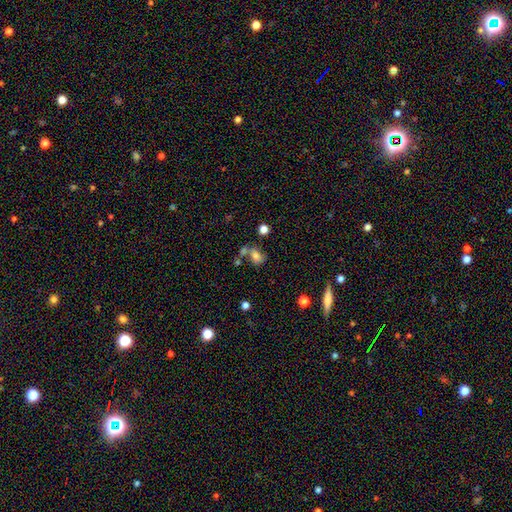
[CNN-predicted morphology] This appears to be a smooth galaxy with no disk features (71%) that is in between round and cigar-shaped (66%). Merging: none (46%).